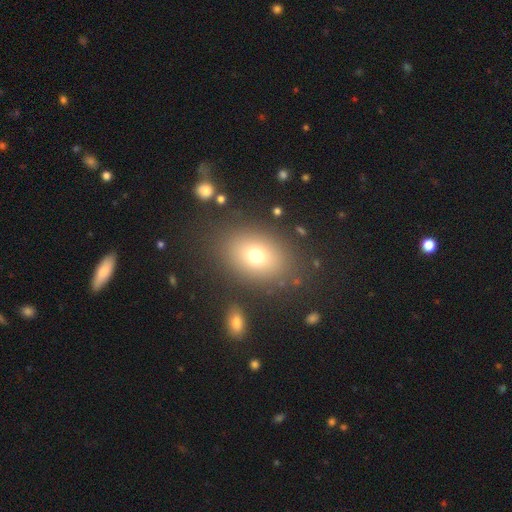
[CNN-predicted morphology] Smooth or featured?
  - smooth: 73% *
  - star or artifact: 14%
  - featured or disk: 13%
How rounded?
  - in between: 69% *
  - round: 29%
  - cigar-shaped: 1%
Merging?
  - none: 82% *
  - minor disturbance: 10%
  - major disturbance: 5%
  - merger: 4%